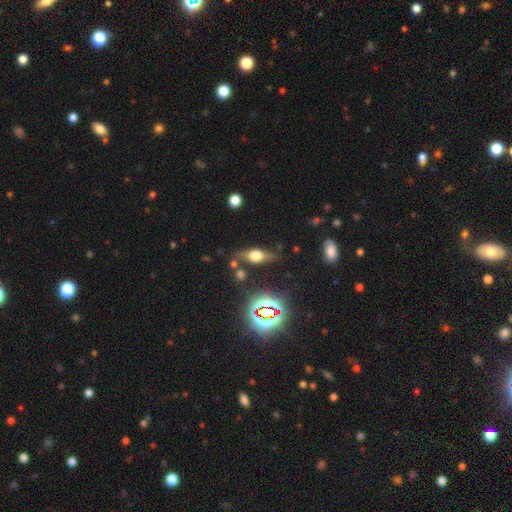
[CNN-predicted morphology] Overall: featured or disk (44%; smooth 39%). Merging: none (72%).